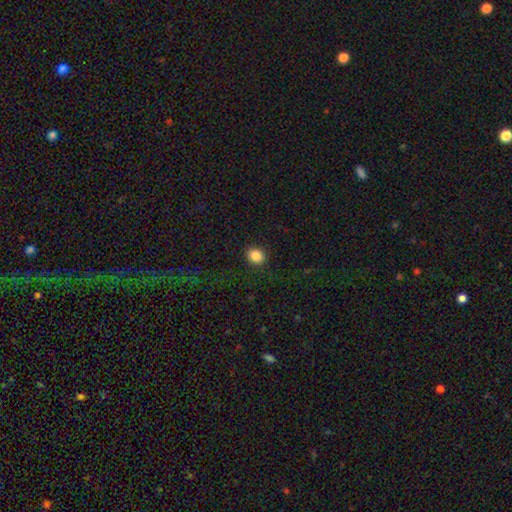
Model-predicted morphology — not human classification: smooth_or_featured: smooth (p=0.87) [alt: star or artifact p=0.10]
how_rounded: round (p=0.61) [alt: in between p=0.38]
merging: none (p=0.90) [alt: minor disturbance p=0.07]